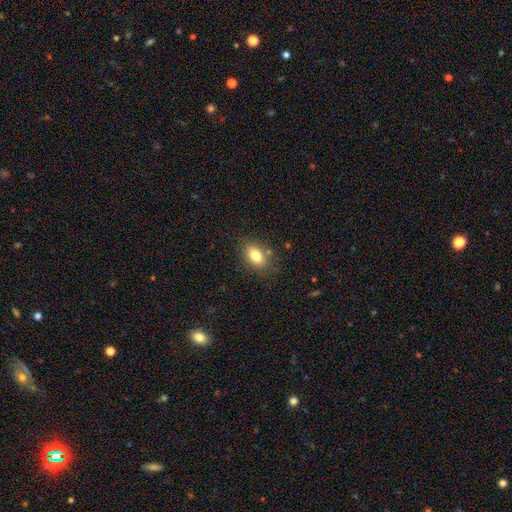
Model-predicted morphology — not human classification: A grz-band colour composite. It shows a smooth galaxy with no disk features (81%) that is in between round and cigar-shaped (81%). Merging: none (81%).